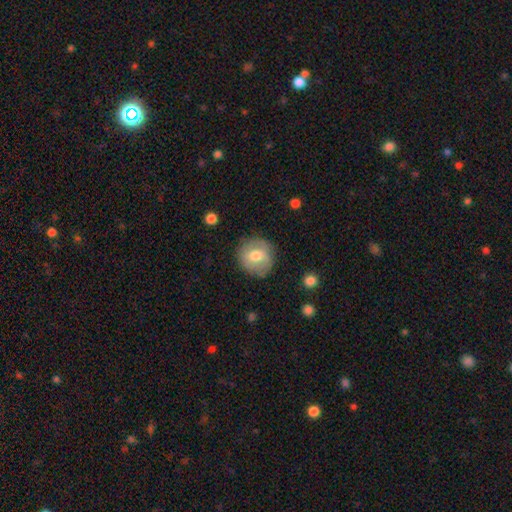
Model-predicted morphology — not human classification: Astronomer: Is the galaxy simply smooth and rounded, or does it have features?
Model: smooth — 61%.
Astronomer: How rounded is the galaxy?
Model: round — 86%.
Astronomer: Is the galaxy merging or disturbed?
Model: none — 80%.